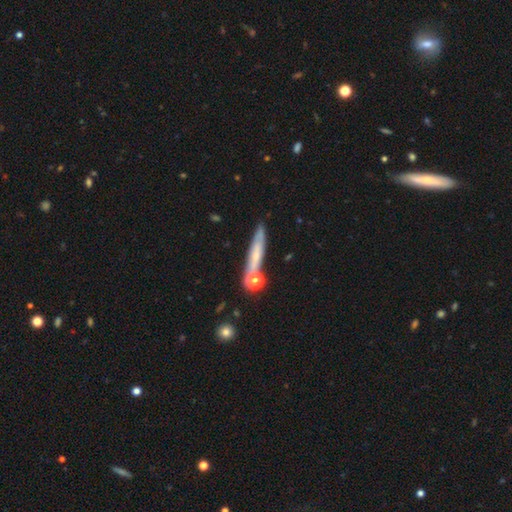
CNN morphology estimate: smooth-or-featured: smooth: 47% | featured or disk: 43% | star or artifact: 11%
  merging: none: 68% | minor disturbance: 15% | merger: 13% | major disturbance: 4%